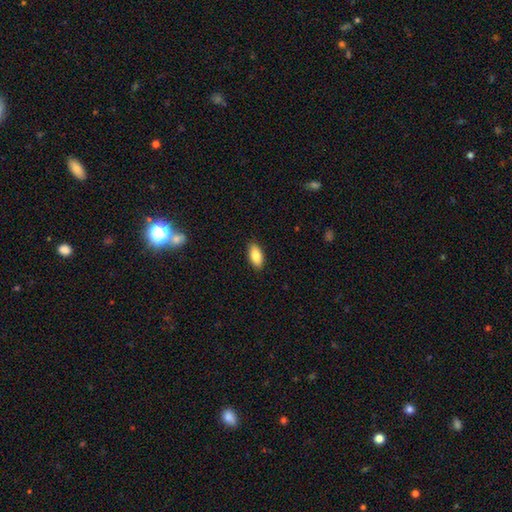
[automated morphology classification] Q: Smooth or featured?
A: smooth (84%); runner-up: featured or disk (10%)
Q: How rounded?
A: in between (91%); runner-up: cigar-shaped (7%)
Q: Merging?
A: none (89%); runner-up: minor disturbance (8%)